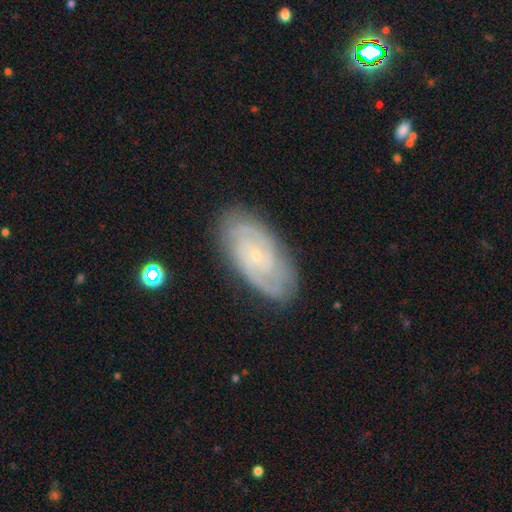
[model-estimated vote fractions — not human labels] Morphology: type=featured or disk (83%); edge-on=no (95%); bar=no (69%); spiral arms=yes (95%); winding=tight (67%); arm count=2 (43%); bulge=small (85%); merging=none (82%).